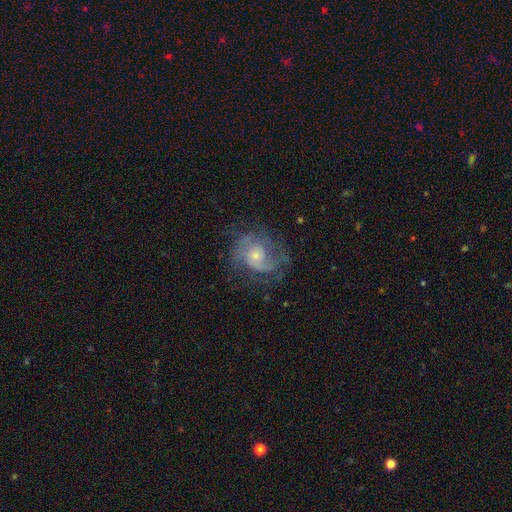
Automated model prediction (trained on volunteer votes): Smooth or featured?
  - featured or disk: 79% *
  - smooth: 13%
  - star or artifact: 8%
Edge-on disk?
  - no: 98% *
  - yes: 2%
Bar?
  - no: 70% *
  - weak: 25%
  - strong: 4%
Spiral arms?
  - yes: 92% *
  - no: 8%
Spiral winding?
  - tight: 43% * (tied)
  - medium: 43% * (tied)
  - loose: 14%
Spiral arm count?
  - 2: 54% *
  - can't tell: 22%
  - 3: 11%
  - 1: 6%
  - 4: 4%
  - more than 4: 3%
Bulge size?
  - small: 60% *
  - moderate: 33%
  - none: 3%
  - large: 3%
  - dominant: 1%
Merging?
  - none: 69% *
  - minor disturbance: 18%
  - major disturbance: 12%
  - merger: 1%